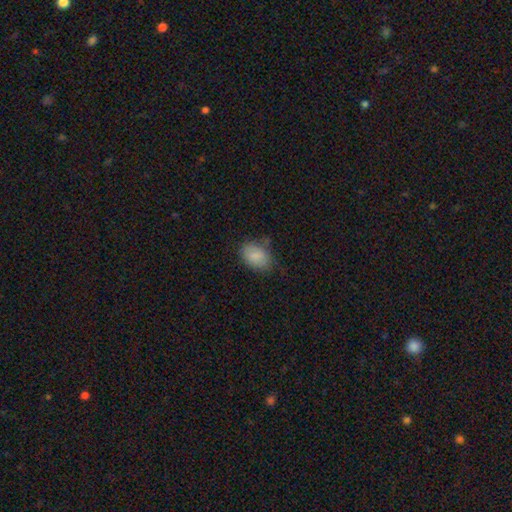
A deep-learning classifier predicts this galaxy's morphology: A smooth galaxy with no disk features (84%) that is in between round and cigar-shaped (81%).

Vote fractions:
- Smooth or featured? smooth: 84% / featured or disk: 8% / star or artifact: 8%
- How rounded? in between: 81% / round: 18% / cigar-shaped: 1%
- Merging? none: 61% / minor disturbance: 28% / major disturbance: 8% / merger: 3%